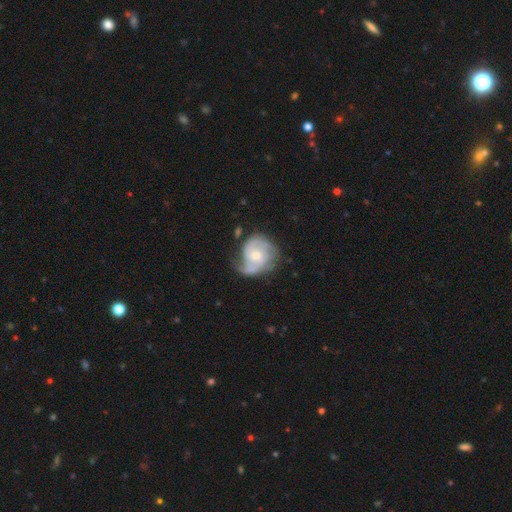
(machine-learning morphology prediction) smooth_or_featured: featured or disk (p=0.82) [alt: smooth p=0.13]
disk_edge_on: no (p=0.98) [alt: yes p=0.02]
bar: no (p=0.60) [alt: weak p=0.35]
has_spiral_arms: yes (p=0.95) [alt: no p=0.05]
spiral_winding: medium (p=0.47) [alt: tight p=0.35]
spiral_arm_count: 2 (p=0.71) [alt: can't tell p=0.10]
bulge_size: moderate (p=0.55) [alt: small p=0.37]
merging: none (p=0.60) [alt: minor disturbance p=0.25]